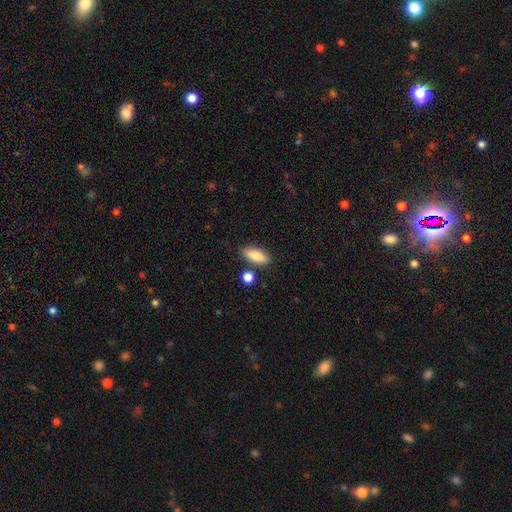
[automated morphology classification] type=smooth (79%); roundness=in between (72%); merging=none (81%).